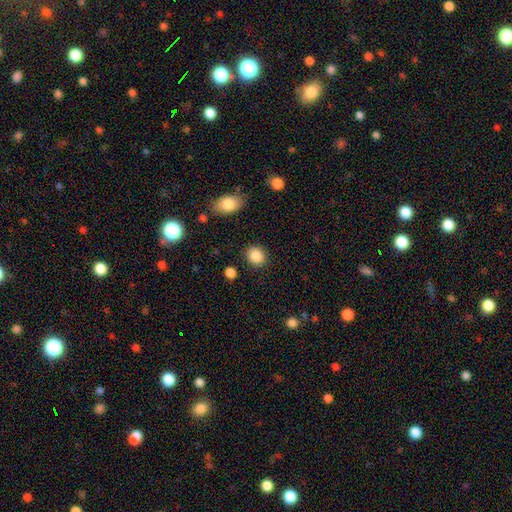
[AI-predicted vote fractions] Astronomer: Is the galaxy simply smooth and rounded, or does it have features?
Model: smooth — 87%.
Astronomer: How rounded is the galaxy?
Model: round — 71%.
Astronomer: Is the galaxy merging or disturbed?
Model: none — 88%.